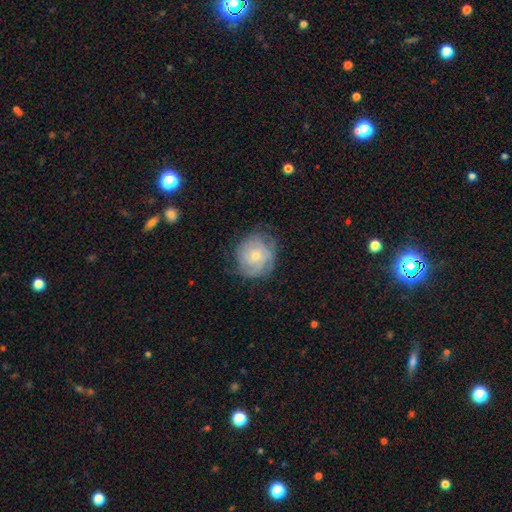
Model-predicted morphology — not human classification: Overall: featured or disk (57%; smooth 35%). Edge-on disk: no (98%). Bar: no (79%). Spiral arms: yes (82%). Bulge size: small (65%; moderate 31%). Merging: none (71%).